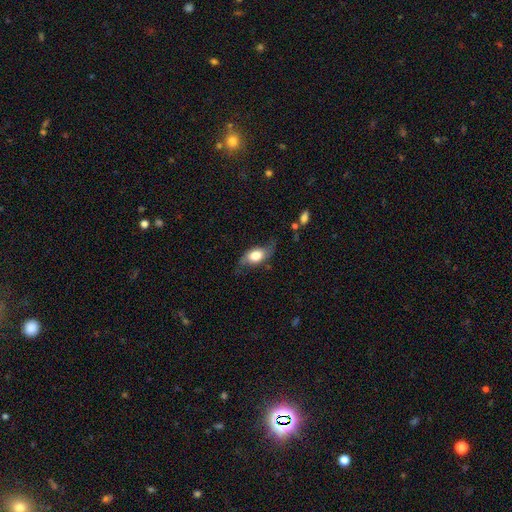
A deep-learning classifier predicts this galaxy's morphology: type=smooth (49%); merging=none (62%).